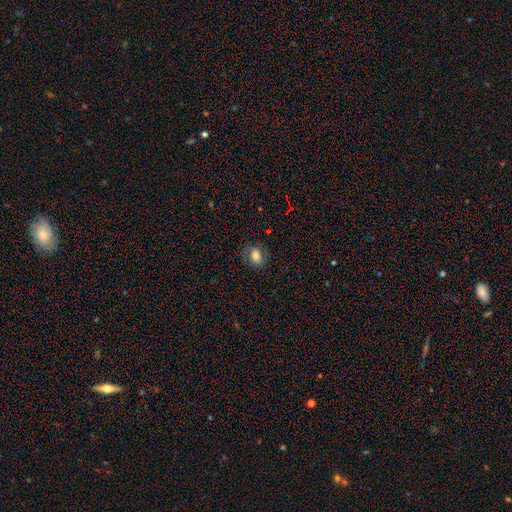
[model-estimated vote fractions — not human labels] smooth-or-featured: smooth: 76% | featured or disk: 13% | star or artifact: 11%
  how-rounded: in between: 63% | round: 35% | cigar-shaped: 1%
  merging: none: 80% | minor disturbance: 14% | major disturbance: 4% | merger: 1%